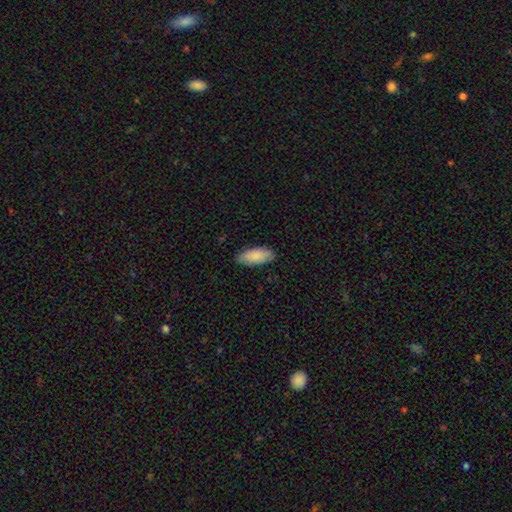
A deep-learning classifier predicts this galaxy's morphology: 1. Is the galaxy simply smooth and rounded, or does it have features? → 88% smooth, 7% featured or disk, 5% star or artifact.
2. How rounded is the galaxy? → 85% in between, 13% cigar-shaped, 2% round.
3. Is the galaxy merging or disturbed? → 84% none, 13% minor disturbance, 2% major disturbance, 1% merger.